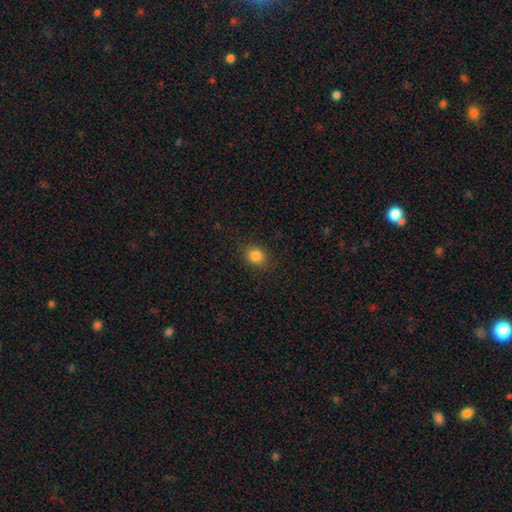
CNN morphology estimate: Smooth or featured?
  - smooth: 85% *
  - star or artifact: 11%
  - featured or disk: 4%
How rounded?
  - round: 75% *
  - in between: 25%
  - cigar-shaped: 1%
Merging?
  - none: 88% *
  - minor disturbance: 8%
  - major disturbance: 3%
  - merger: 1%